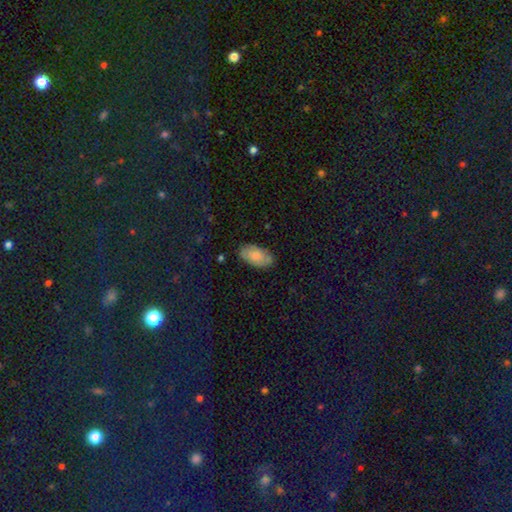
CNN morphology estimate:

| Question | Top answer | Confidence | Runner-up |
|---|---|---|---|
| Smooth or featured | smooth | 70% | featured or disk (21%) |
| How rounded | in between | 93% | round (4%) |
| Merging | none | 80% | minor disturbance (15%) |